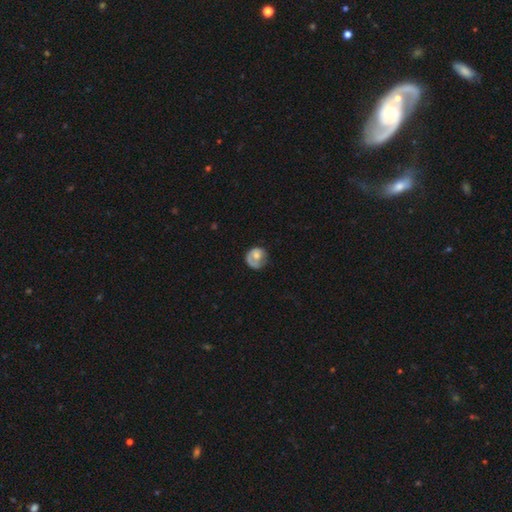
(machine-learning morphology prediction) Smooth or featured: smooth — 53% (featured or disk — 41%)
How rounded: round — 76% (in between — 23%)
Merging: none — 49% (minor disturbance — 27%)